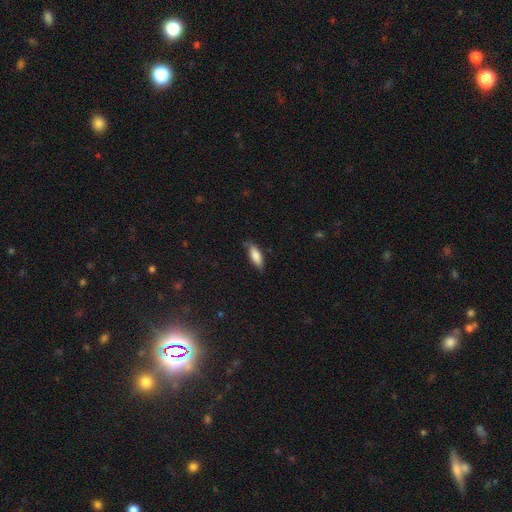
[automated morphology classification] smooth_or_featured: smooth (p=0.81) [alt: featured or disk p=0.12]
how_rounded: in between (p=0.68) [alt: cigar-shaped p=0.30]
merging: none (p=0.73) [alt: minor disturbance p=0.22]